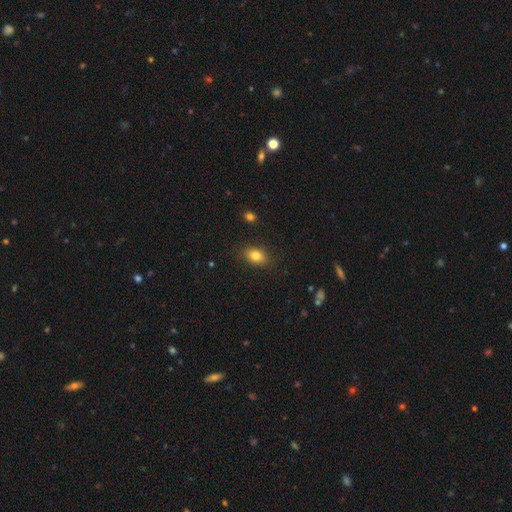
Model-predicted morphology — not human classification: This is clearly a smooth galaxy (82%). How rounded: clearly in between (80%). Merging: clearly none (85%).